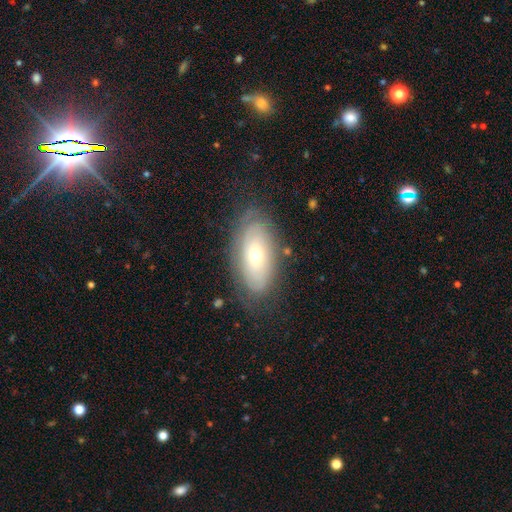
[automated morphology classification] Smooth or featured? featured or disk (54%)
Edge-on disk? no (87%)
Merging? none (76%)